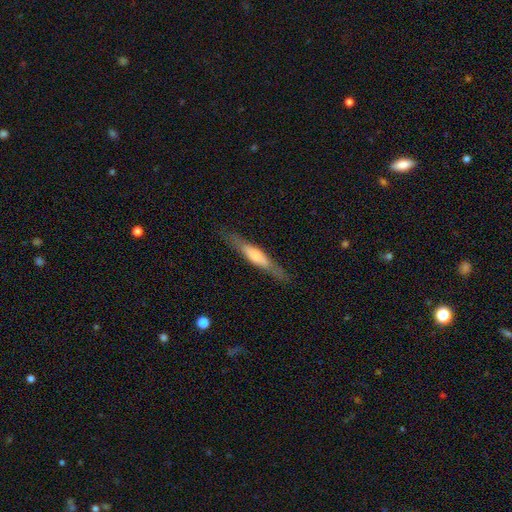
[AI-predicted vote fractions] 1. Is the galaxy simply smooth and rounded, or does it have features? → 53% smooth, 41% featured or disk, 6% star or artifact.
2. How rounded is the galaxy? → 86% cigar-shaped, 13% in between, 1% round.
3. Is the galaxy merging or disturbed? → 82% none, 13% minor disturbance, 4% major disturbance, 1% merger.